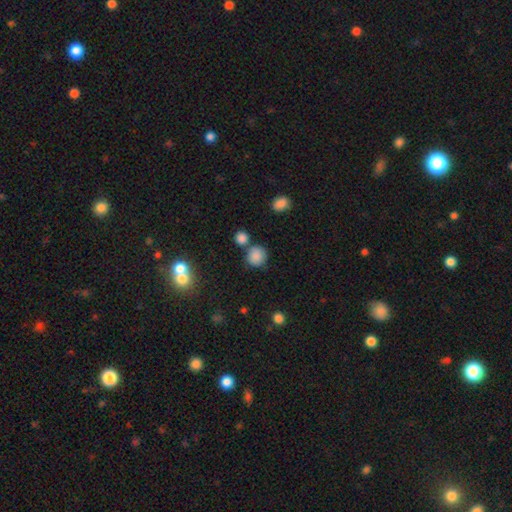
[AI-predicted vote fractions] Q: Smooth or featured?
A: smooth (84%); runner-up: star or artifact (10%)
Q: How rounded?
A: round (88%); runner-up: in between (11%)
Q: Merging?
A: none (68%); runner-up: merger (17%)